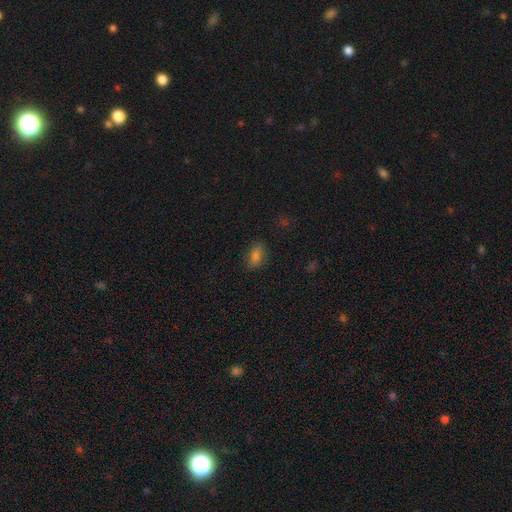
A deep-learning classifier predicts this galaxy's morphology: Q: Smooth or featured?
A: smooth (81%); runner-up: star or artifact (13%)
Q: How rounded?
A: in between (87%); runner-up: round (9%)
Q: Merging?
A: none (81%); runner-up: minor disturbance (14%)